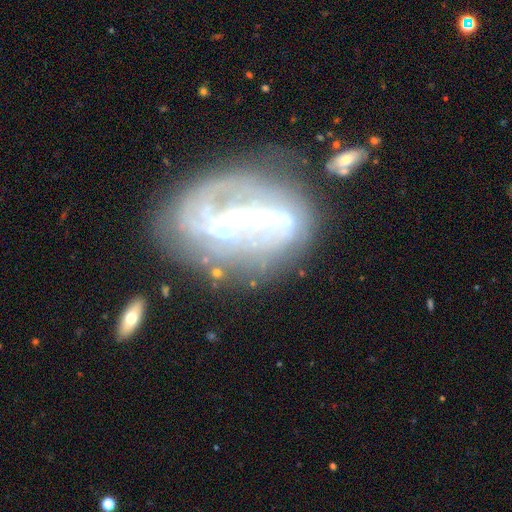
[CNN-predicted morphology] A featured or disk galaxy (81%) with a strong bar (77%), 2 (54%) tight (45%) spiral arms (75%) and a moderate central bulge (38%).

Vote fractions:
- Smooth or featured? featured or disk: 81% / smooth: 10% / star or artifact: 9%
- Edge-on disk? no: 88% / yes: 12%
- Bar? strong: 77% / weak: 16% / no: 7%
- Spiral arms? yes: 75% / no: 25%
- Spiral winding? tight: 45% / medium: 32% / loose: 24%
- Spiral arm count? 2: 54% / can't tell: 28% / 1: 7% / 3: 6% / 4: 3% / more than 4: 3%
- Bulge size? moderate: 38% / small: 35% / none: 13% / large: 11% / dominant: 3%
- Merging? none: 65% / minor disturbance: 18% / major disturbance: 12% / merger: 5%